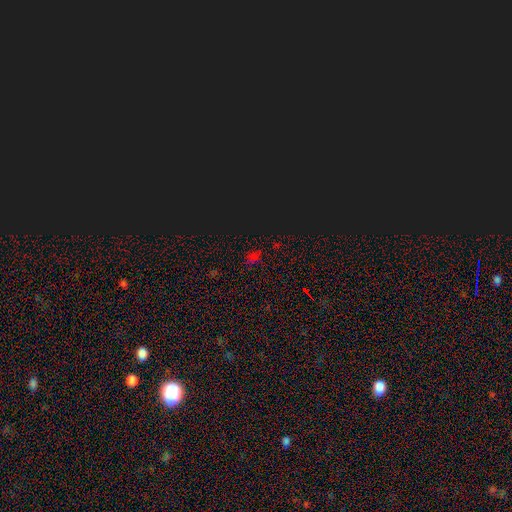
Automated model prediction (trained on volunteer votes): A star or artifact, not a galaxy (65%).